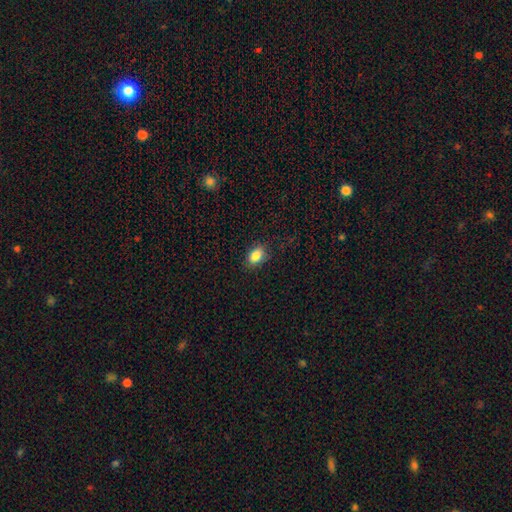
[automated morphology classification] The model was most divided on "how rounded": in between: 83%, round: 16%, cigar-shaped: 2%. More confident: merging — none (86%); smooth or featured — smooth (86%).